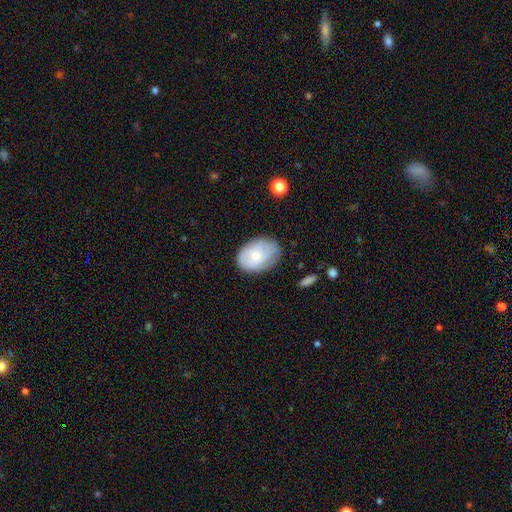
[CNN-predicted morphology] smooth_or_featured: smooth (p=0.56) [alt: featured or disk p=0.37]
how_rounded: in between (p=0.78) [alt: round p=0.21]
merging: none (p=0.72) [alt: minor disturbance p=0.21]